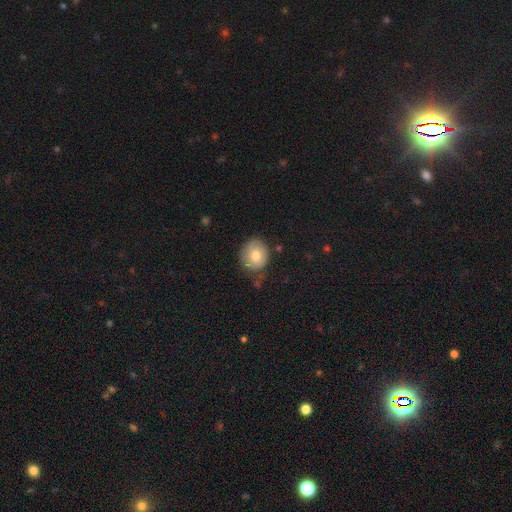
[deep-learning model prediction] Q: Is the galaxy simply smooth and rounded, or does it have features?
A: smooth — 72%.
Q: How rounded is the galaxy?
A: round — 77%.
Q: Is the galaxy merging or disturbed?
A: none — 69%.